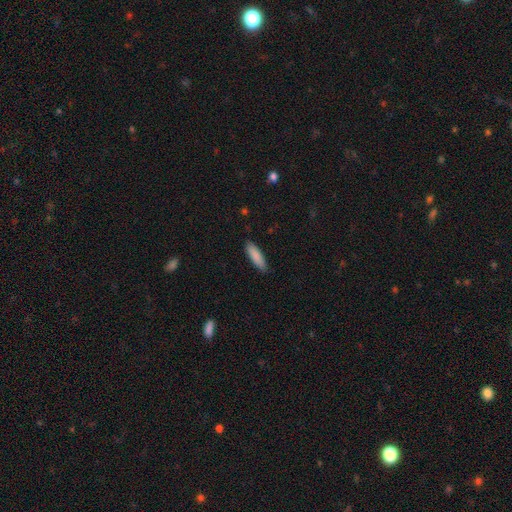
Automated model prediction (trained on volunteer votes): Q: Smooth or featured?
A: smooth (88%); runner-up: featured or disk (7%)
Q: How rounded?
A: cigar-shaped (56%); runner-up: in between (42%)
Q: Merging?
A: none (86%); runner-up: minor disturbance (11%)